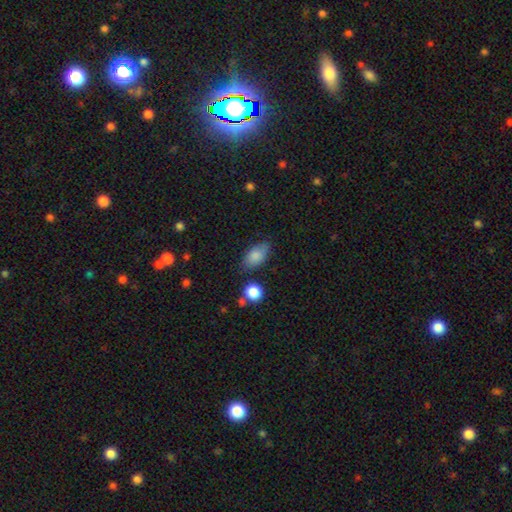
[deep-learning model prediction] The model was most divided on "merging": none: 71%, minor disturbance: 20%, major disturbance: 5%, merger: 4%. More confident: how rounded — in between (89%); smooth or featured — smooth (84%).